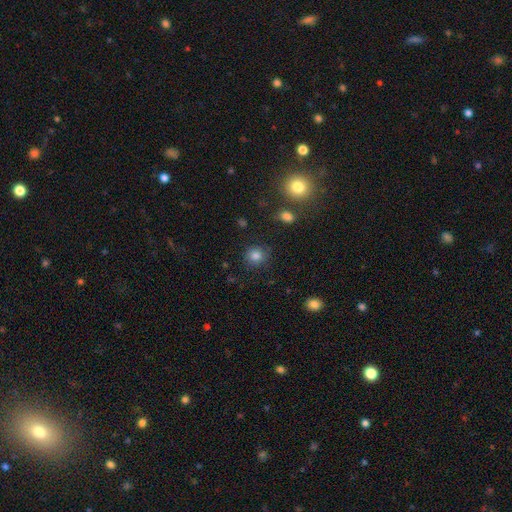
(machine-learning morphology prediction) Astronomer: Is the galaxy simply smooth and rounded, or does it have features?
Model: smooth — 82%.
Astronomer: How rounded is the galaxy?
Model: round — 84%.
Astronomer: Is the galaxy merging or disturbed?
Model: none — 85%.